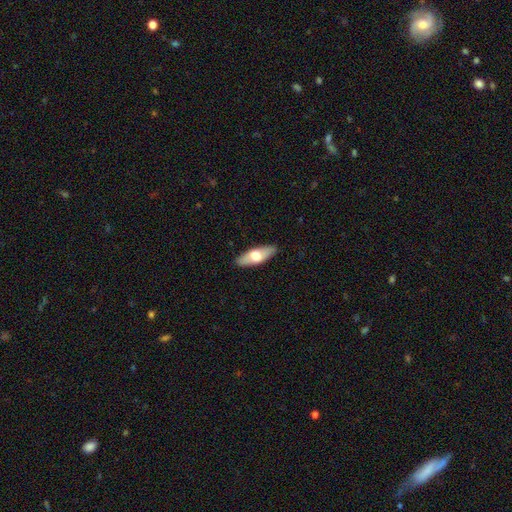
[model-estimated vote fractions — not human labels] Smooth or featured?
  - smooth: 59% *
  - featured or disk: 35%
  - star or artifact: 5%
How rounded?
  - in between: 69% *
  - cigar-shaped: 28%
  - round: 3%
Merging?
  - none: 88% *
  - minor disturbance: 9%
  - major disturbance: 2%
  - merger: 1%